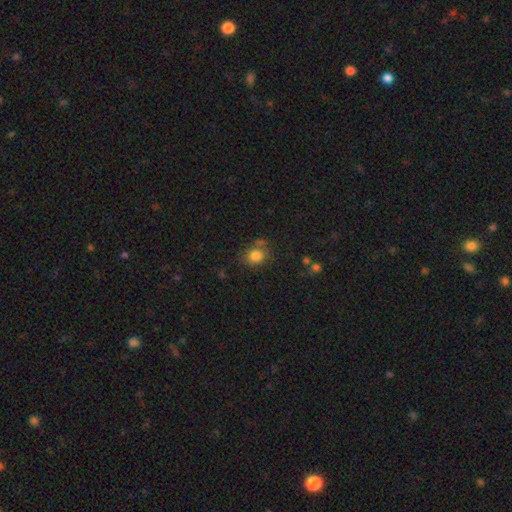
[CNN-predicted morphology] The model was most divided on "how rounded": round: 65%, in between: 34%, cigar-shaped: 1%. More confident: smooth or featured — smooth (82%); merging — none (69%).